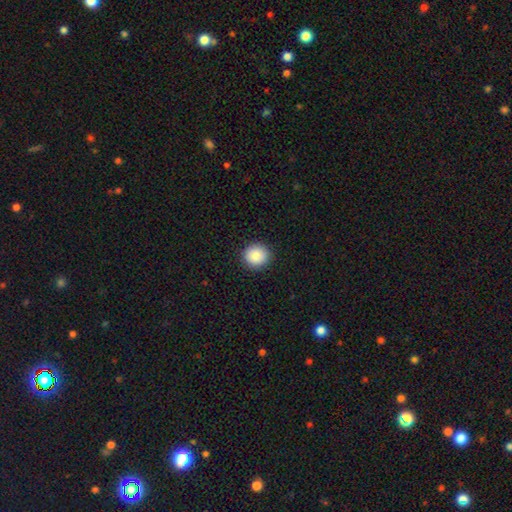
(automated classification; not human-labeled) This is clearly a smooth galaxy (89%). How rounded: clearly round (90%). Merging: clearly none (92%).